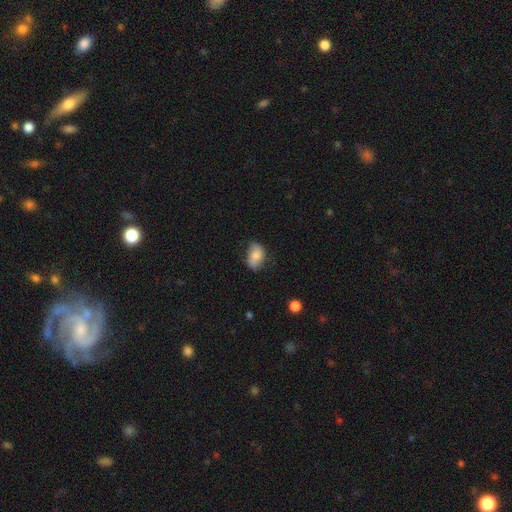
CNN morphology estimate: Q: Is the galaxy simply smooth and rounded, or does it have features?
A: smooth — 75%.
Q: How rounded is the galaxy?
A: in between — 86%.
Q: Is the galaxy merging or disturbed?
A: none — 66%.